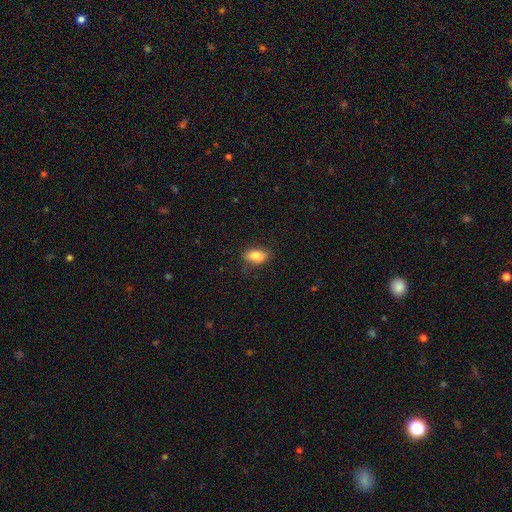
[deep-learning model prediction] The model was most divided on "merging": none: 75%, minor disturbance: 19%, major disturbance: 5%, merger: 1%. More confident: how rounded — in between (90%); smooth or featured — smooth (83%).